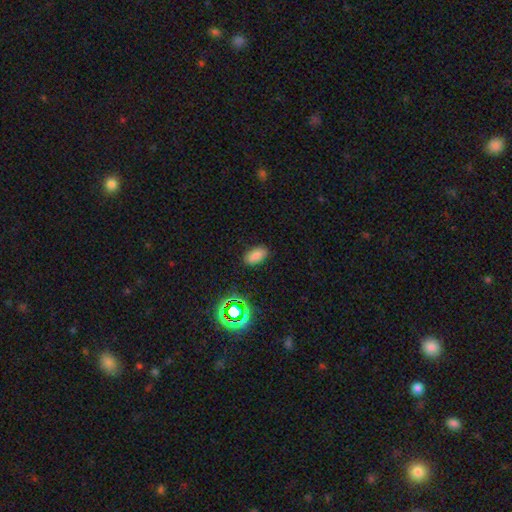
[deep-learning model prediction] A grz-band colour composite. It shows a smooth galaxy with no disk features (77%) that is in between round and cigar-shaped (92%). Merging: none (86%).